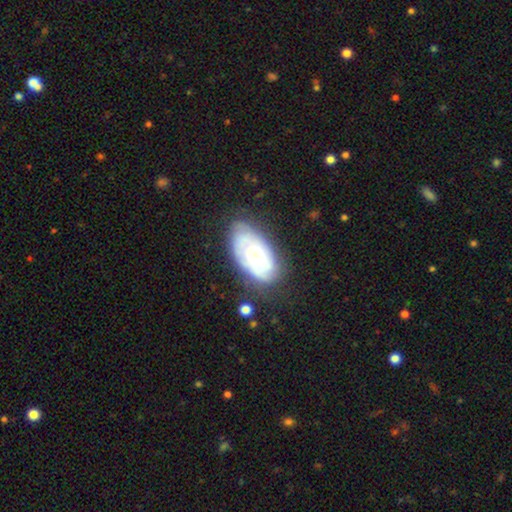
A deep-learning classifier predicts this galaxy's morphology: A featured or disk galaxy (65%) with no bar (62%), spiral arms (77%) and a moderate central bulge (47%). Merging: none (65%).